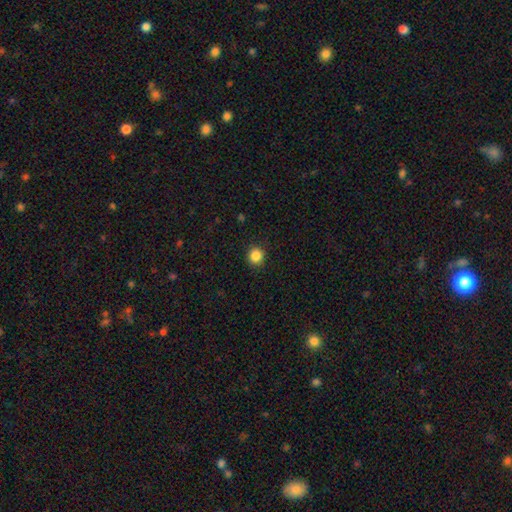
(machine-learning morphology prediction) This is clearly a smooth galaxy (86%). How rounded: clearly round (90%). Merging: clearly none (91%).